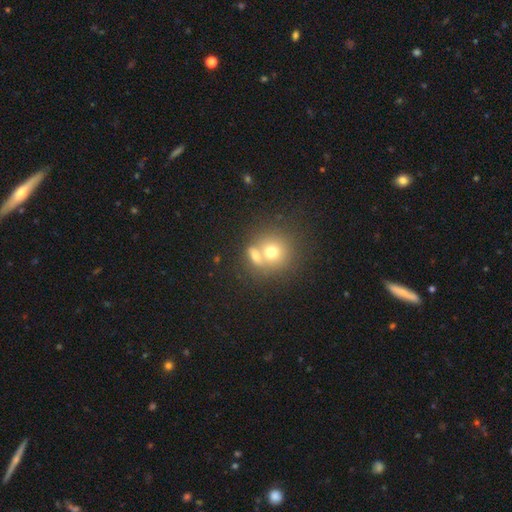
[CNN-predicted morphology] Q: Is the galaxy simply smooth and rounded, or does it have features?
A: smooth — 68%.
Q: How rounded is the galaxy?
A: round — 70%.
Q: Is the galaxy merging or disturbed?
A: merger — 56%.